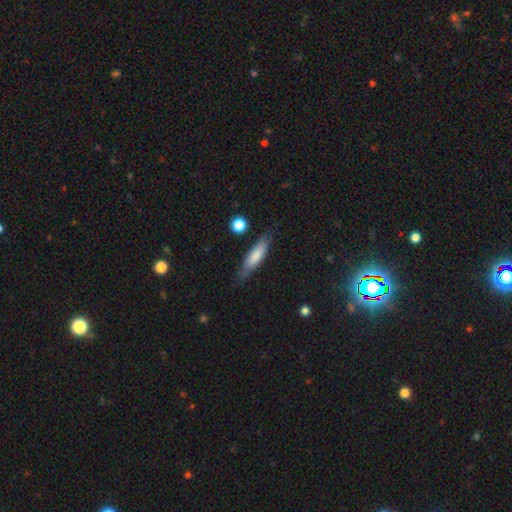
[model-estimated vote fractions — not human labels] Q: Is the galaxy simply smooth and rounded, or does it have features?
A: smooth — 70%.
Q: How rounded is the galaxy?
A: cigar-shaped — 68%.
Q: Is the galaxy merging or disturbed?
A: none — 77%.